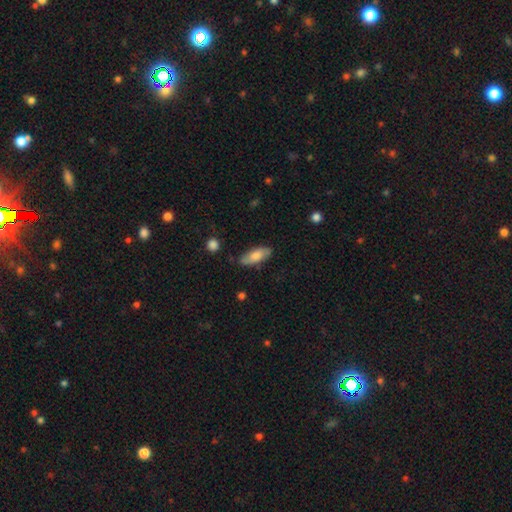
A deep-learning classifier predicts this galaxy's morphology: smooth-or-featured: smooth: 70% | featured or disk: 23% | star or artifact: 6%
  how-rounded: in between: 75% | cigar-shaped: 23% | round: 2%
  merging: none: 78% | minor disturbance: 17% | major disturbance: 3% | merger: 2%